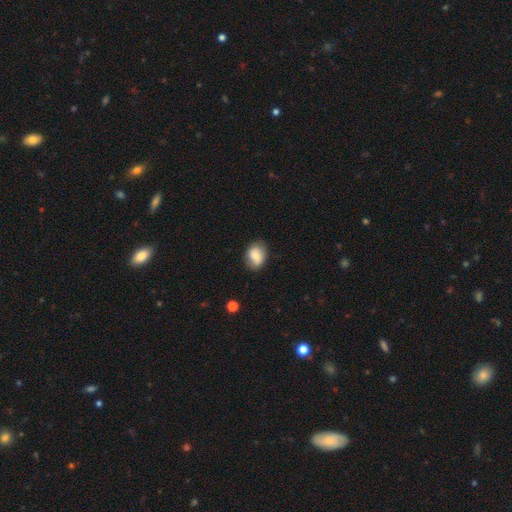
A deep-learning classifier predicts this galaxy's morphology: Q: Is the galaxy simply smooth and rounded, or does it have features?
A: smooth — 74%.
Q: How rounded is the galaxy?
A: in between — 67%.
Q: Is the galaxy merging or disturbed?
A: none — 75%.